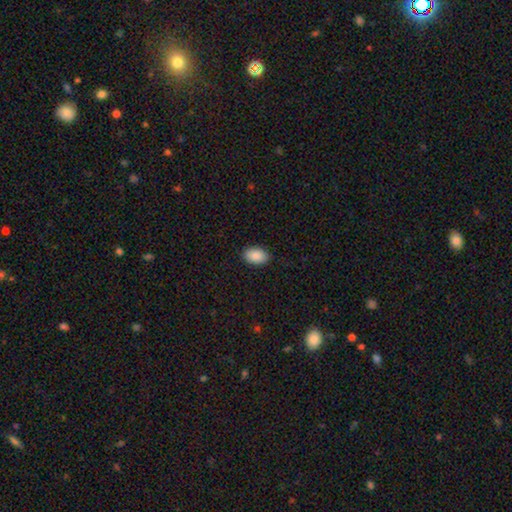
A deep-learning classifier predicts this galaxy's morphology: A smooth galaxy with no disk features (89%) that is in between round and cigar-shaped (90%). Merging: none (89%).